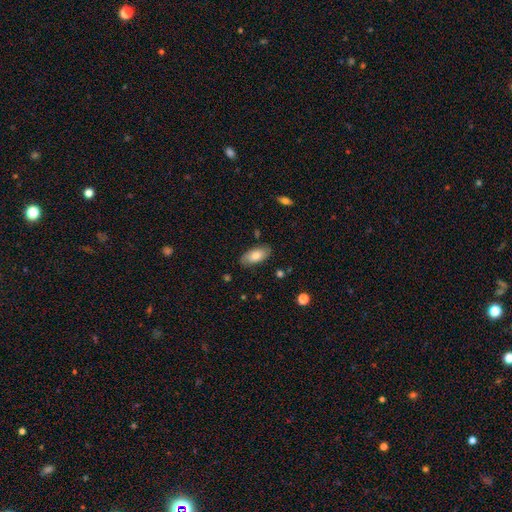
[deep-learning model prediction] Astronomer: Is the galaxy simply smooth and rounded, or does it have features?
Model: smooth — 78%.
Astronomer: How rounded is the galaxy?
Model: in between — 91%.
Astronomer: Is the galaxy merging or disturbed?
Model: none — 83%.